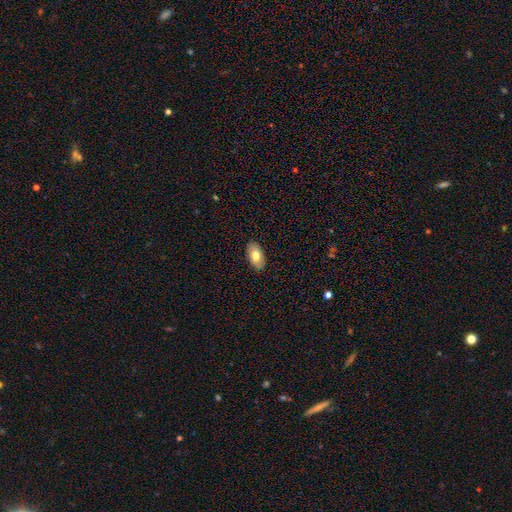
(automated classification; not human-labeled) smooth_or_featured: smooth (p=0.74) [alt: featured or disk p=0.20]
how_rounded: in between (p=0.94) [alt: round p=0.04]
merging: none (p=0.89) [alt: minor disturbance p=0.09]